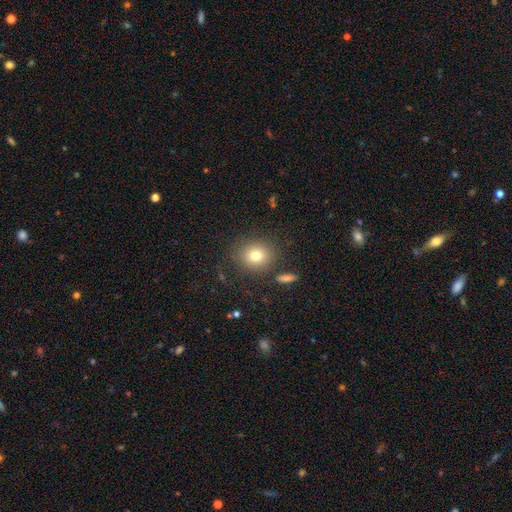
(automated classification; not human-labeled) This appears to be a smooth galaxy with no disk features (78%) that is round (78%). Merging: none (83%).